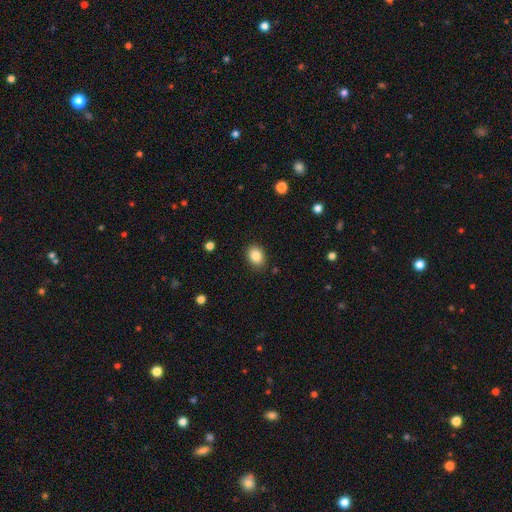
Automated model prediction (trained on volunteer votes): A smooth galaxy with no disk features (87%) that is in between round and cigar-shaped (63%). Merging: none (86%).